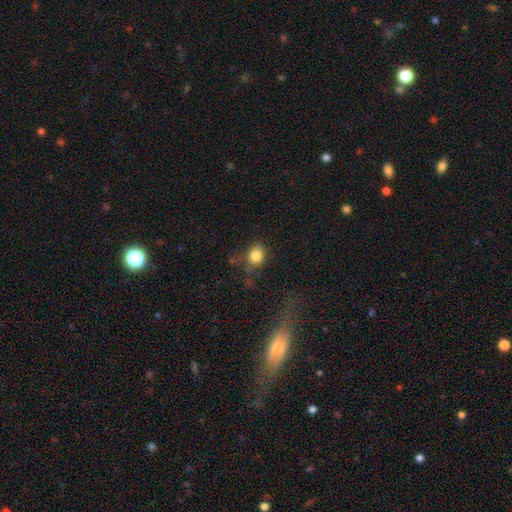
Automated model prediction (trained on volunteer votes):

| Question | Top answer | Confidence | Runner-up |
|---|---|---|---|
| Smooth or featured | smooth | 83% | star or artifact (11%) |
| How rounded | round | 62% | in between (37%) |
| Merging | none | 61% | minor disturbance (23%) |